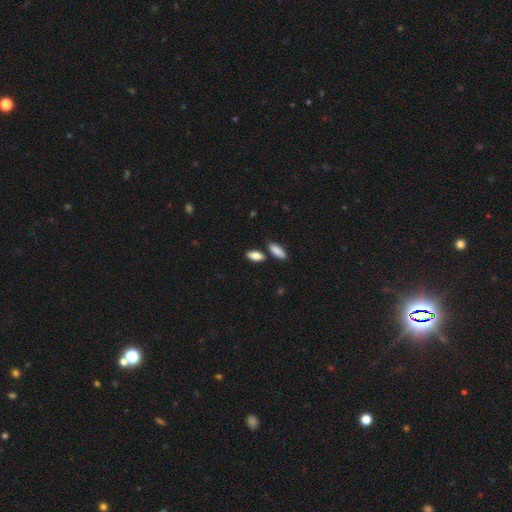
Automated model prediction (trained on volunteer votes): Morphology: type=smooth (83%); roundness=in between (83%); merging=none (76%).